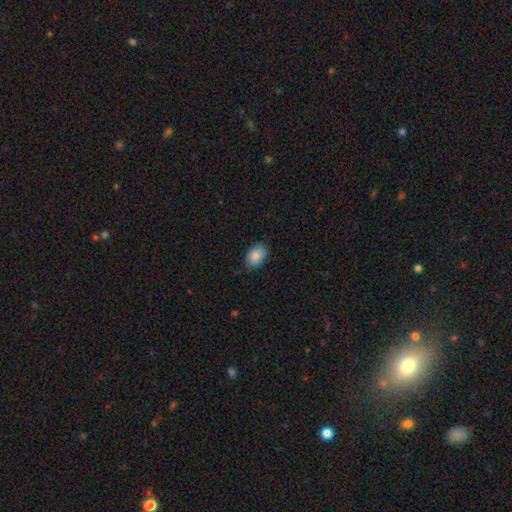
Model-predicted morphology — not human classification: The model was most divided on "how rounded": in between: 78%, round: 21%, cigar-shaped: 1%. More confident: smooth or featured — smooth (88%); merging — none (83%).